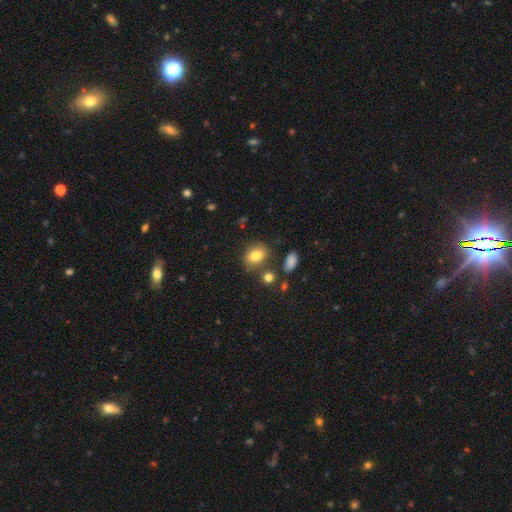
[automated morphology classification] type=smooth (82%); roundness=in between (69%); merging=none (73%).